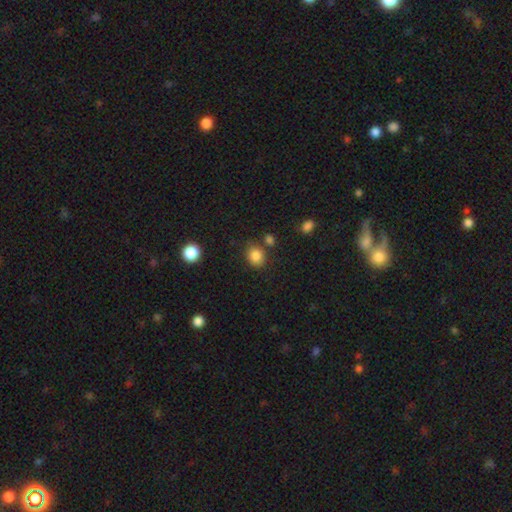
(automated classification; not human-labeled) A smooth galaxy with no disk features (84%) that is round (63%).

Vote fractions:
- Smooth or featured? smooth: 84% / star or artifact: 11% / featured or disk: 5%
- How rounded? round: 63% / in between: 36% / cigar-shaped: 1%
- Merging? none: 74% / minor disturbance: 14% / merger: 8% / major disturbance: 4%